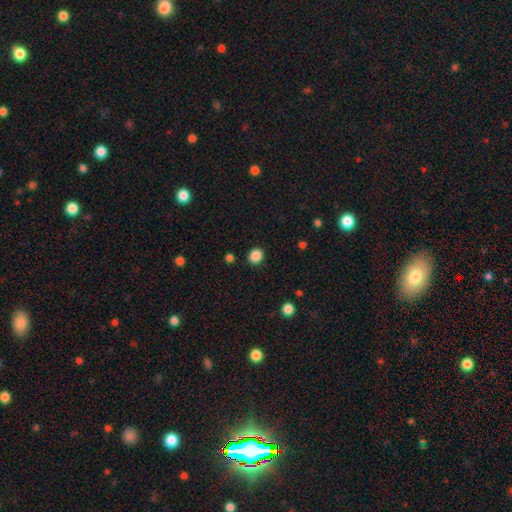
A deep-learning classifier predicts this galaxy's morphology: smooth 87%, star or artifact 11%, featured or disk 3%. Down the decision tree: how rounded — round (77%); merging — none (89%).